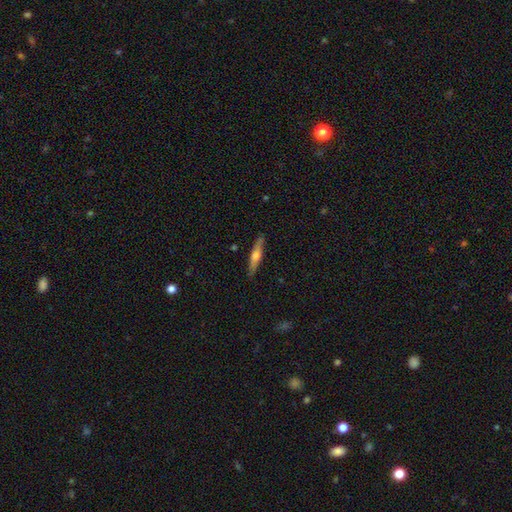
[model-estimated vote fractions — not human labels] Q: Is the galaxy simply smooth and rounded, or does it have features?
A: smooth — 49%.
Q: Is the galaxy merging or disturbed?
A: none — 88%.